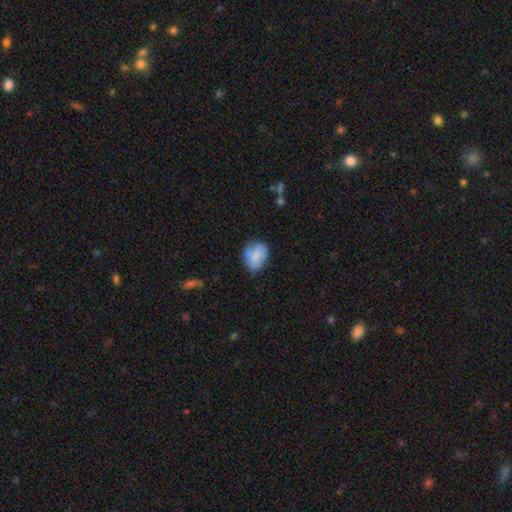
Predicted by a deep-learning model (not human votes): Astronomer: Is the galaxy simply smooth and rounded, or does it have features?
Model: smooth — 78%.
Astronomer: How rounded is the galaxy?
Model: in between — 65%.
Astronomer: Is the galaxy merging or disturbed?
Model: none — 59%.